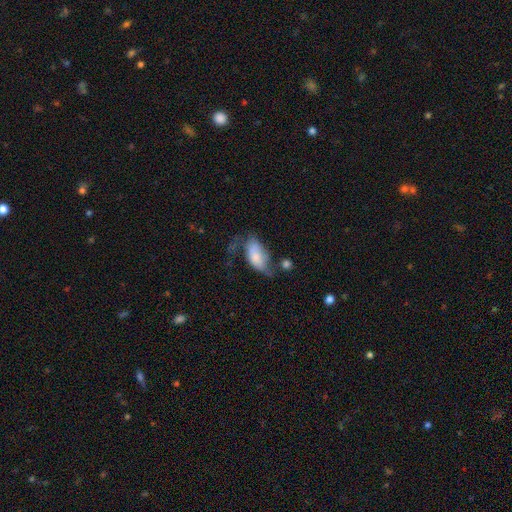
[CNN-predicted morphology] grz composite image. It shows a smooth galaxy with no disk features (69%) that is in between round and cigar-shaped (93%). Merging: major disturbance (33%).